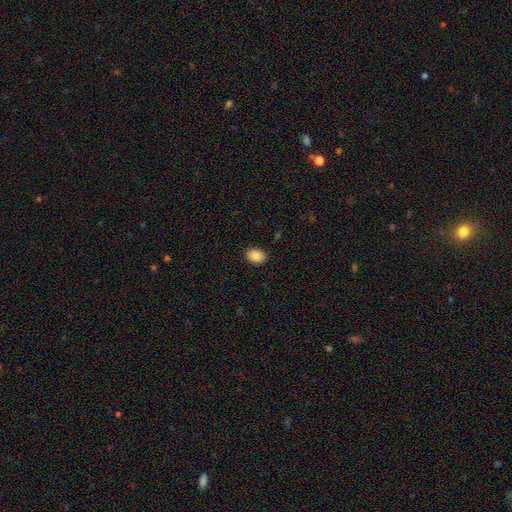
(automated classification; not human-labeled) Smooth or featured? Predicted: smooth (p=0.87). How rounded? Predicted: in between (p=0.78). Merging? Predicted: none (p=0.89).